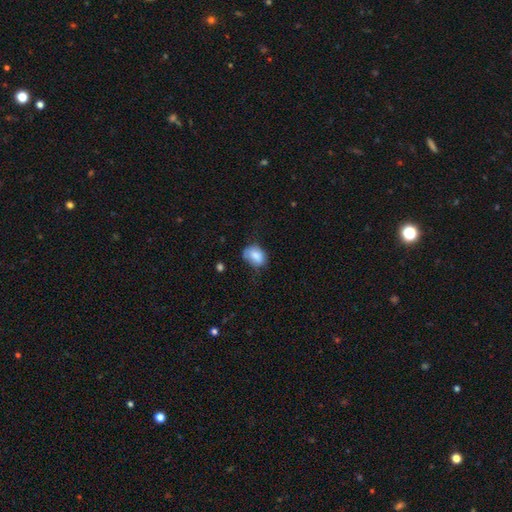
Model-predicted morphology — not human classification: smooth 81%, featured or disk 11%, star or artifact 8%. Down the decision tree: how rounded — in between (72%); merging — none (51%).